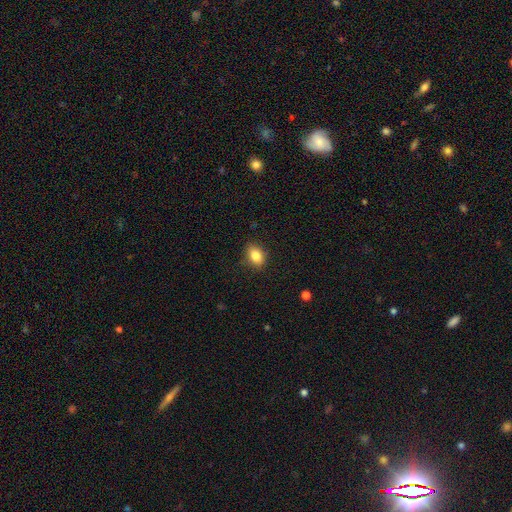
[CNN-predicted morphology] smooth-or-featured: smooth: 84% | star or artifact: 9% | featured or disk: 7%
  how-rounded: in between: 77% | round: 21% | cigar-shaped: 2%
  merging: none: 84% | minor disturbance: 12% | major disturbance: 3% | merger: 1%